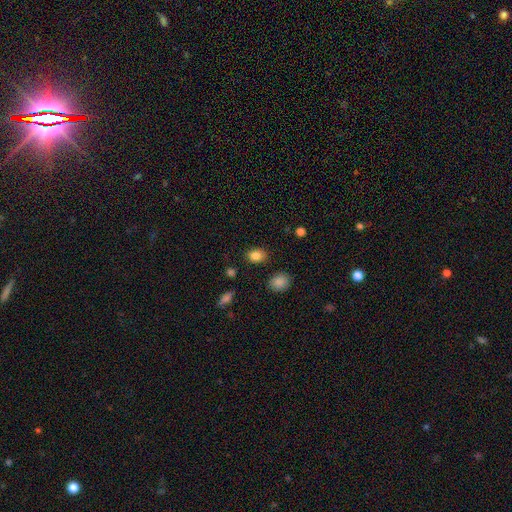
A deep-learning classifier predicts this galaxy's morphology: This appears to be a smooth galaxy with no disk features (85%) that is in between round and cigar-shaped (68%). Merging: none (85%).